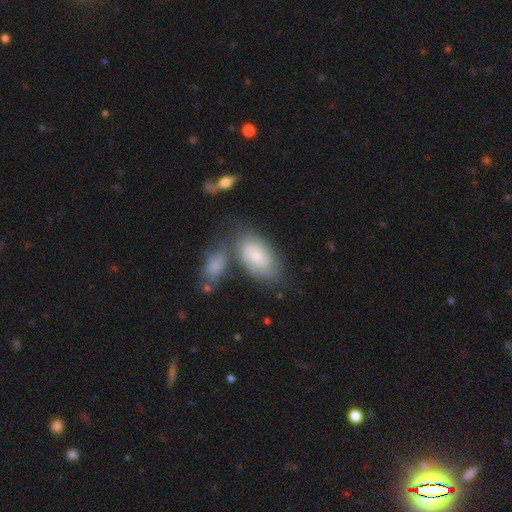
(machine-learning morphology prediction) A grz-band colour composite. It shows a smooth galaxy with no disk features (50%). Merging: none (48%).